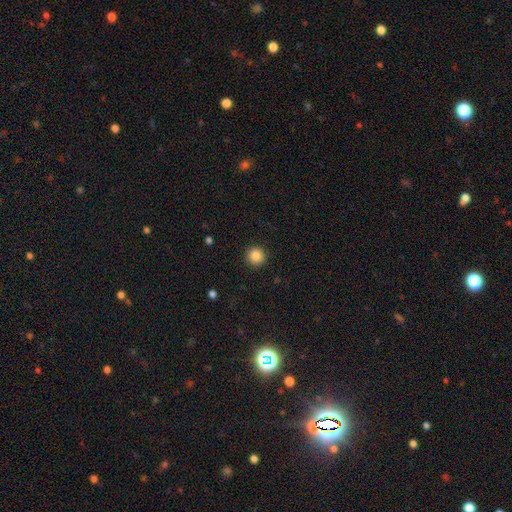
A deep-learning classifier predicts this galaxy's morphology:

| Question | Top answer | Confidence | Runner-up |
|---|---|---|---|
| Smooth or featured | smooth | 86% | star or artifact (10%) |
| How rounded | round | 95% | in between (4%) |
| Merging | none | 92% | minor disturbance (5%) |